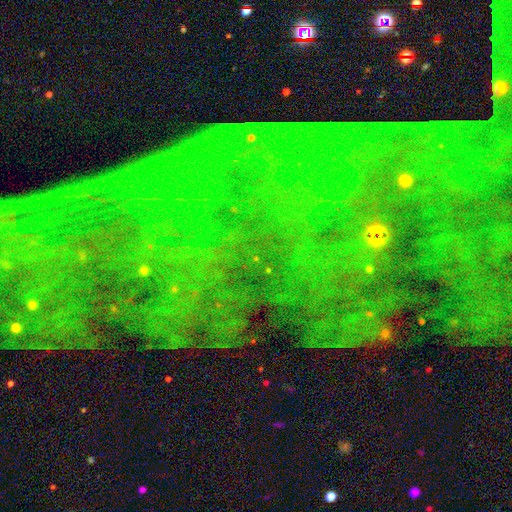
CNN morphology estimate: Smooth or featured: star or artifact — 83% (featured or disk — 9%)